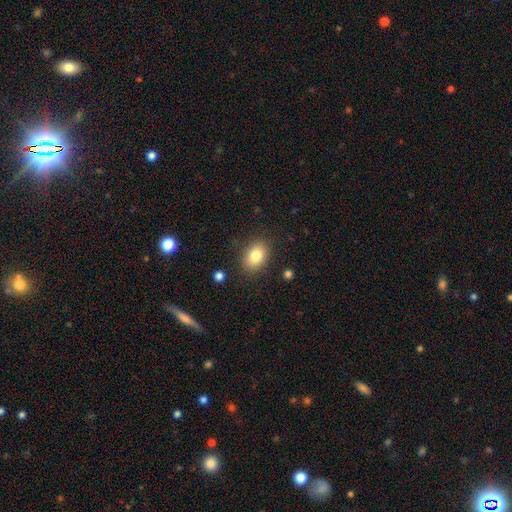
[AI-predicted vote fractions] Smooth or featured? Predicted: smooth (p=0.82). How rounded? Predicted: in between (p=0.75). Merging? Predicted: none (p=0.85).